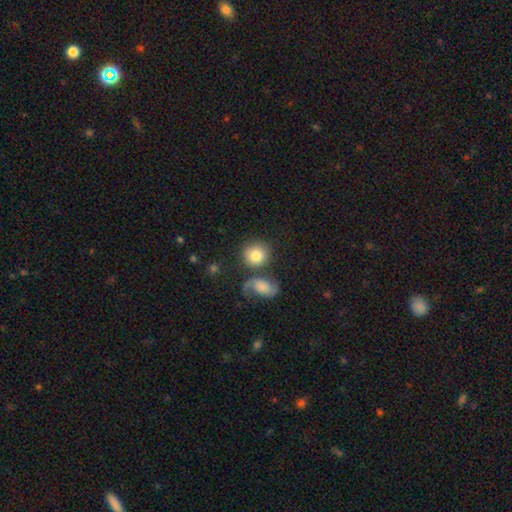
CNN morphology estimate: The model was most divided on "merging": none: 58%, merger: 24%, minor disturbance: 12%, major disturbance: 6%. More confident: how rounded — round (83%); smooth or featured — smooth (79%).